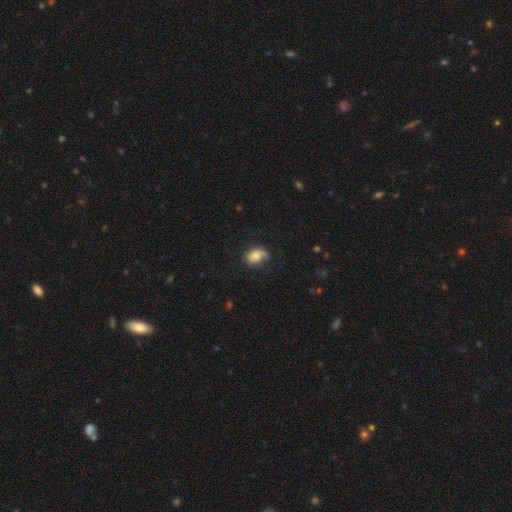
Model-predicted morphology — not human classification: The model was most divided on "merging": none: 56%, minor disturbance: 29%, major disturbance: 13%, merger: 2%. More confident: how rounded — in between (77%); smooth or featured — smooth (74%).